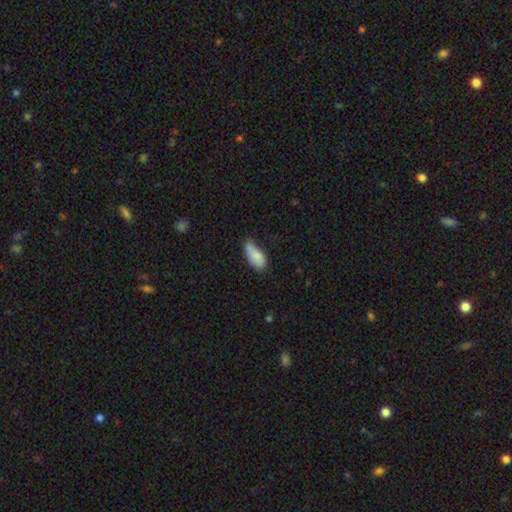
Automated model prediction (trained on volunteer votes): Q: Smooth or featured?
A: smooth (80%); runner-up: featured or disk (13%)
Q: How rounded?
A: in between (87%); runner-up: cigar-shaped (10%)
Q: Merging?
A: none (47%); runner-up: minor disturbance (38%)